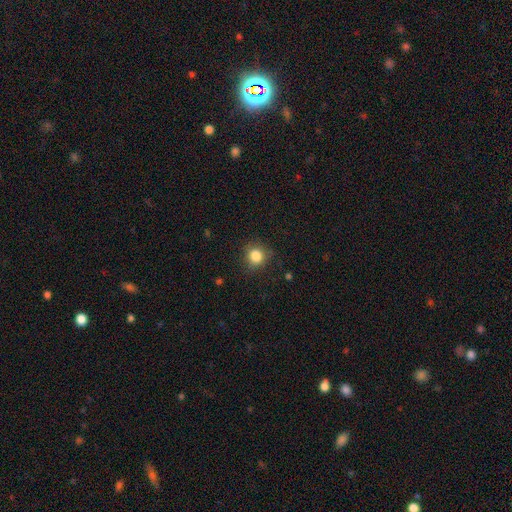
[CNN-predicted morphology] Q: Smooth or featured?
A: smooth (84%); runner-up: star or artifact (11%)
Q: How rounded?
A: round (87%); runner-up: in between (12%)
Q: Merging?
A: none (82%); runner-up: minor disturbance (13%)